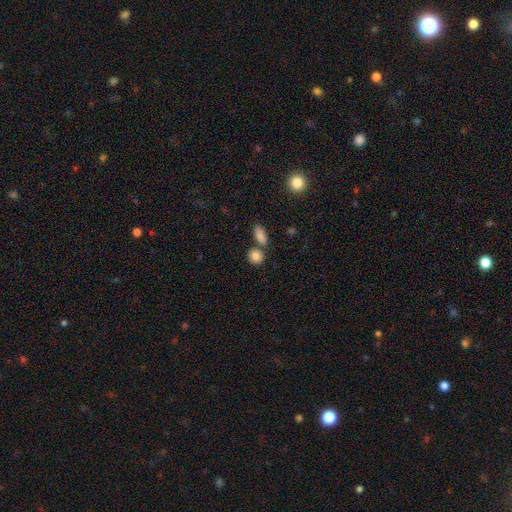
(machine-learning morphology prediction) This is clearly a smooth galaxy (85%). How rounded: likely round (68%). Merging: likely none (63%).